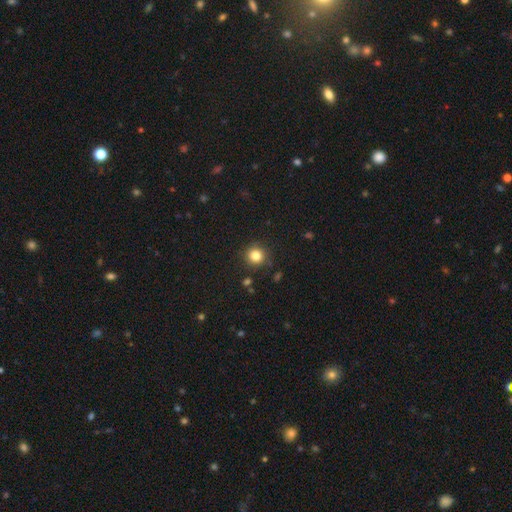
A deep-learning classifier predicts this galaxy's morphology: smooth_or_featured: smooth (p=0.83) [alt: star or artifact p=0.12]
how_rounded: round (p=0.93) [alt: in between p=0.06]
merging: none (p=0.89) [alt: minor disturbance p=0.07]